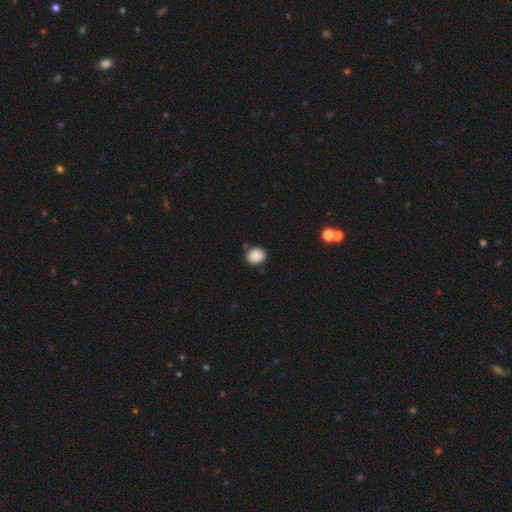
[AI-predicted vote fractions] Smooth or featured: smooth — 88% (star or artifact — 9%)
How rounded: round — 72% (in between — 27%)
Merging: none — 83% (minor disturbance — 11%)